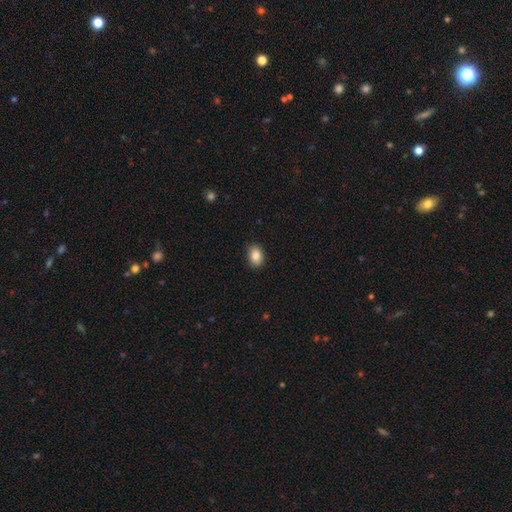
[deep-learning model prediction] Q: Smooth or featured?
A: smooth (86%); runner-up: star or artifact (8%)
Q: How rounded?
A: in between (75%); runner-up: round (24%)
Q: Merging?
A: none (87%); runner-up: minor disturbance (10%)